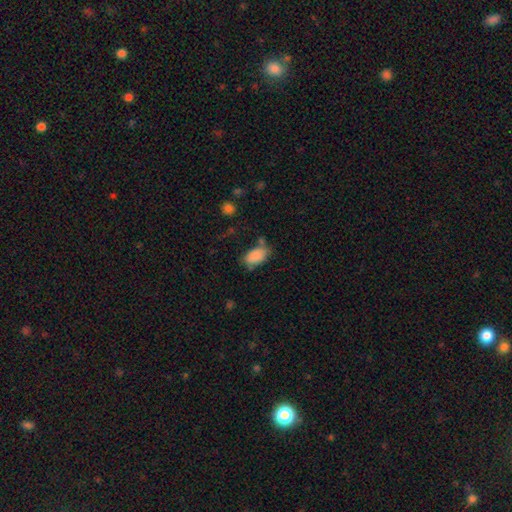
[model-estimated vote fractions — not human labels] Smooth or featured? Predicted: smooth (p=0.85). How rounded? Predicted: in between (p=0.92). Merging? Predicted: none (p=0.59).